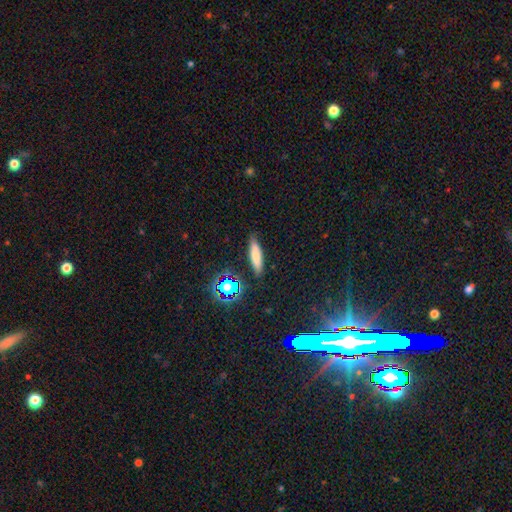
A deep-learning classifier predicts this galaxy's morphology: Overall: smooth (73%). How rounded: cigar-shaped (75%). Merging: none (85%).